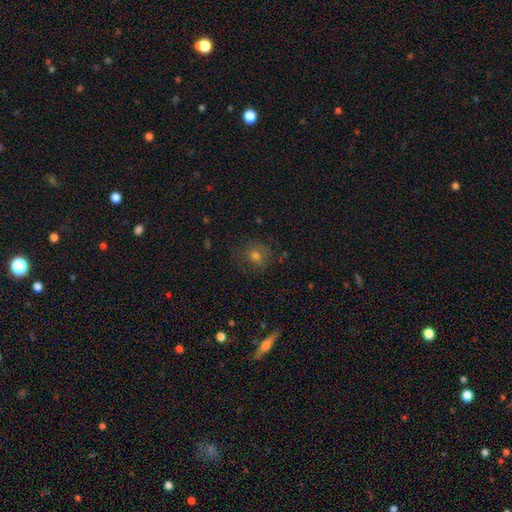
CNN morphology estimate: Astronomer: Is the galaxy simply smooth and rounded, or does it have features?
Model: smooth — 59%.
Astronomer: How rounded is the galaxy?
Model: round — 80%.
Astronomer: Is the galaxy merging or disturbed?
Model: none — 80%.